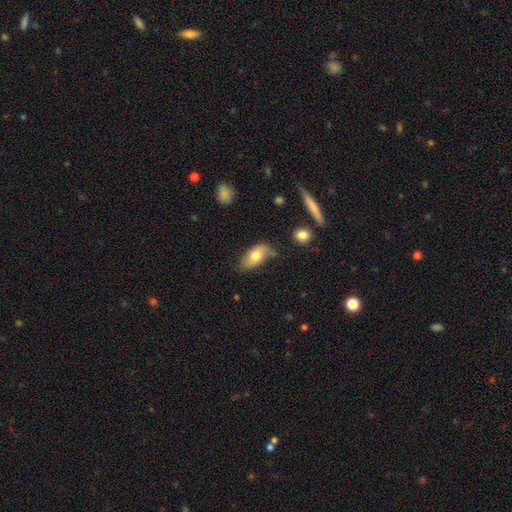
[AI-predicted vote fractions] smooth-or-featured: smooth: 68% | featured or disk: 25% | star or artifact: 7%
  how-rounded: in between: 92% | round: 4% | cigar-shaped: 4%
  merging: none: 55% | minor disturbance: 31% | major disturbance: 9% | merger: 5%